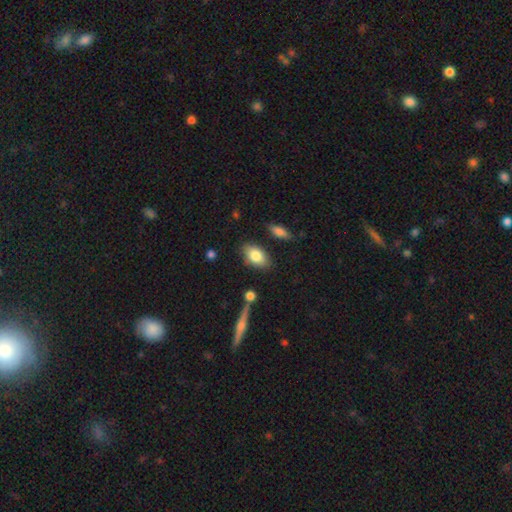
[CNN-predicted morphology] Overall: smooth (81%). How rounded: in between (90%). Merging: none (79%).